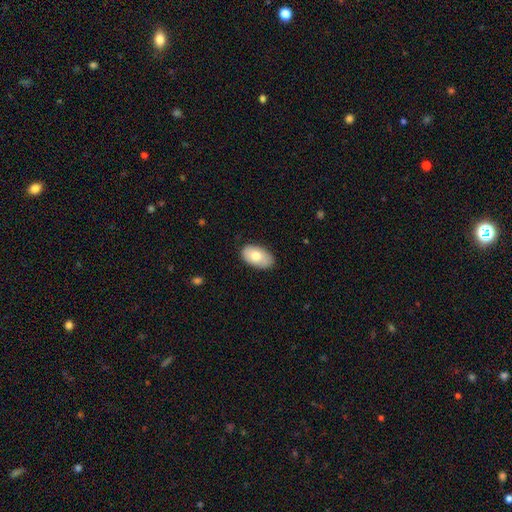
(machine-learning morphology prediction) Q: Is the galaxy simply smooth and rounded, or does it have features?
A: smooth — 77%.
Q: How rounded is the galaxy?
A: in between — 94%.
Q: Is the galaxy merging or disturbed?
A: none — 82%.